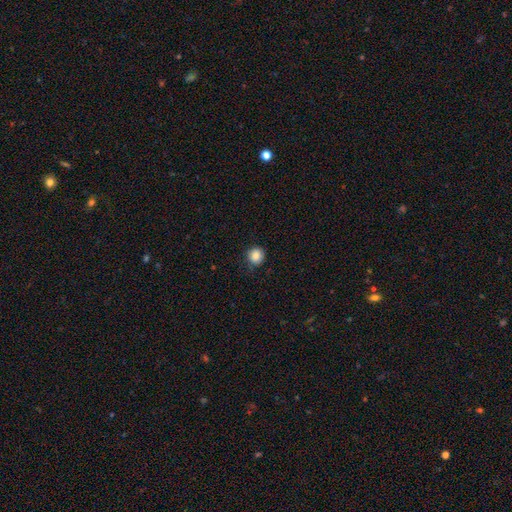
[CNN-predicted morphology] smooth 85%, star or artifact 10%, featured or disk 5%. Down the decision tree: how rounded — round (92%); merging — none (85%).